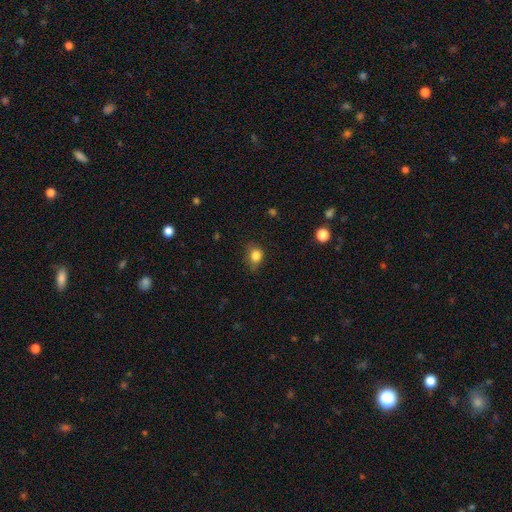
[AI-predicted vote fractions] Overall: smooth (83%). How rounded: round (57%; in between 42%). Merging: none (60%; minor disturbance 30%).